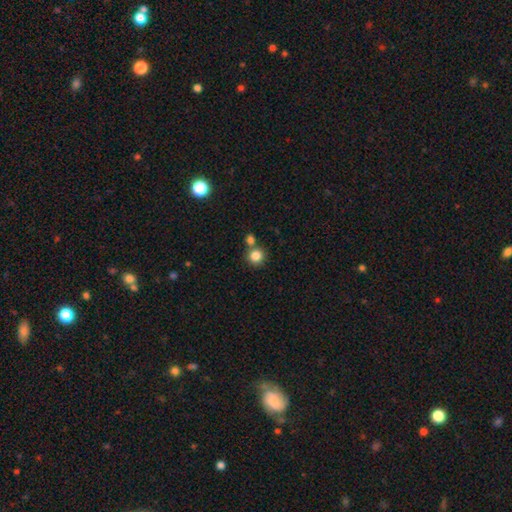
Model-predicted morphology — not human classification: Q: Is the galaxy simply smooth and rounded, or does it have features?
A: smooth — 83%.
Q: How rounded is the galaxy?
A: round — 91%.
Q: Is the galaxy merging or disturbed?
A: none — 65%.